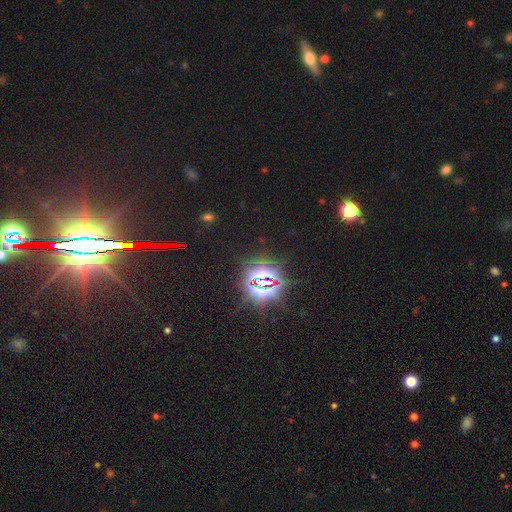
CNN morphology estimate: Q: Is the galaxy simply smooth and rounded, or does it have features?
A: star or artifact — 81%.